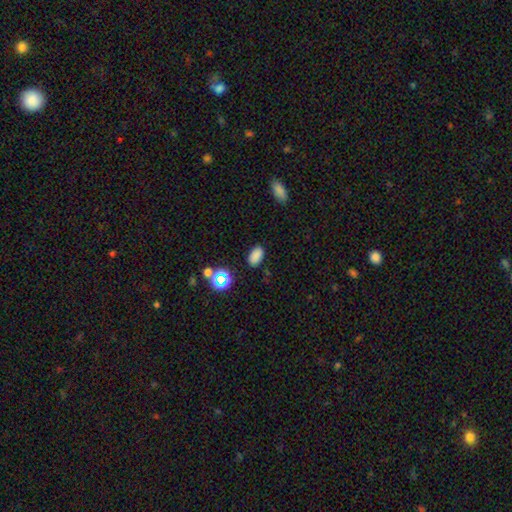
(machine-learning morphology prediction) The model was most divided on "smooth or featured": smooth: 81%, star or artifact: 14%, featured or disk: 5%. More confident: how rounded — in between (90%); merging — none (86%).